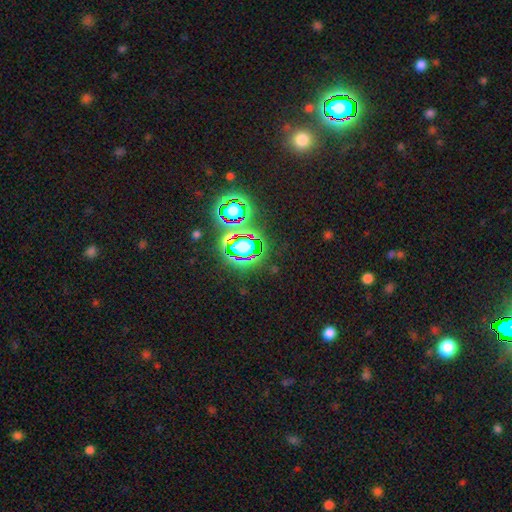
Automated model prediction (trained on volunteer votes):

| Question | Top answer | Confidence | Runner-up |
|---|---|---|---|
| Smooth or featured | star or artifact | 78% | smooth (13%) |